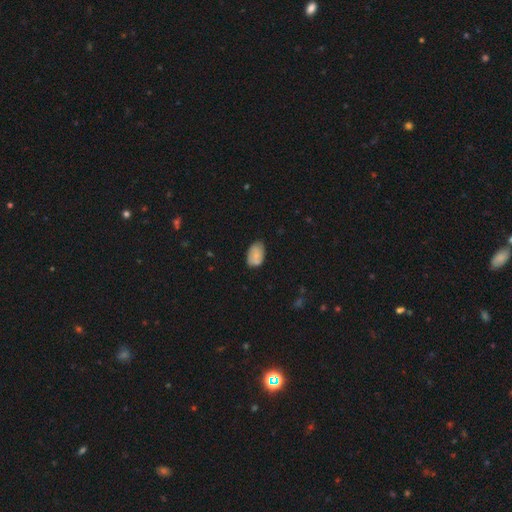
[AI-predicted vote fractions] smooth_or_featured: smooth (p=0.73) [alt: featured or disk p=0.19]
how_rounded: in between (p=0.91) [alt: round p=0.08]
merging: none (p=0.69) [alt: minor disturbance p=0.24]